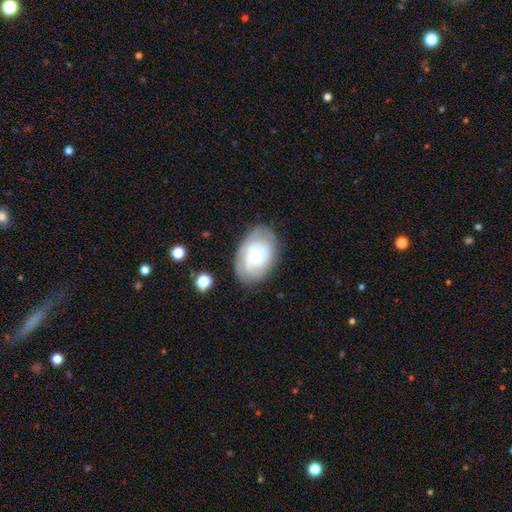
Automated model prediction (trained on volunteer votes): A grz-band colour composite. It shows a featured or disk galaxy (63%) with no bar (74%), spiral arms (74%) and a small central bulge (58%). Merging: none (60%).